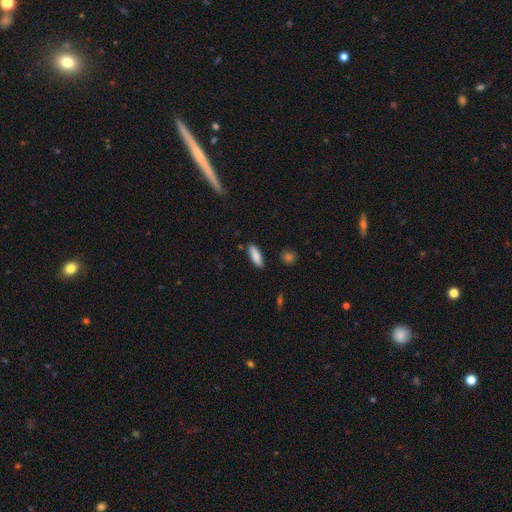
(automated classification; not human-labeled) Q: Smooth or featured?
A: smooth (85%); runner-up: featured or disk (8%)
Q: How rounded?
A: in between (52%); runner-up: cigar-shaped (46%)
Q: Merging?
A: none (85%); runner-up: minor disturbance (10%)